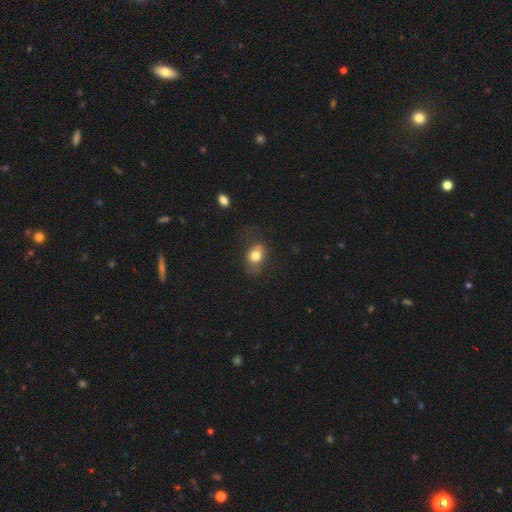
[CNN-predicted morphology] smooth_or_featured: smooth (p=0.76) [alt: featured or disk p=0.15]
how_rounded: in between (p=0.72) [alt: round p=0.25]
merging: none (p=0.61) [alt: minor disturbance p=0.25]